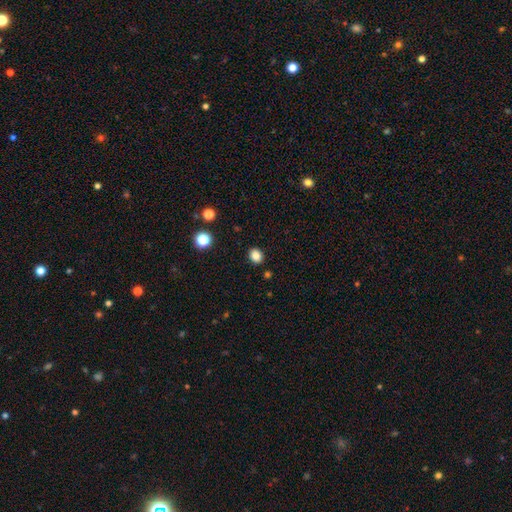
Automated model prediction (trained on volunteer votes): Smooth or featured? smooth (85%)
How rounded? round (50%)
Merging? none (90%)